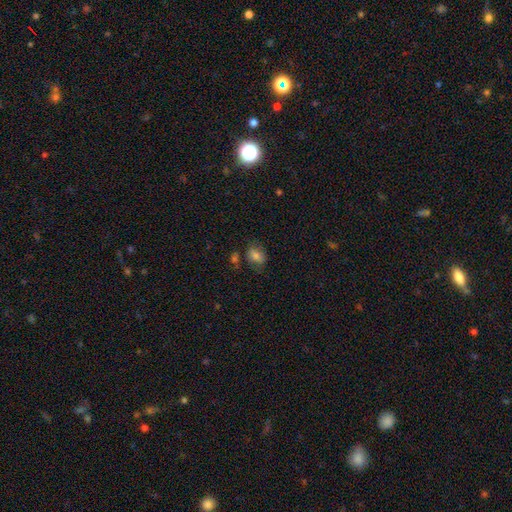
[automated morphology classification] smooth_or_featured: smooth (p=0.76) [alt: featured or disk p=0.14]
how_rounded: in between (p=0.76) [alt: round p=0.22]
merging: none (p=0.66) [alt: minor disturbance p=0.20]